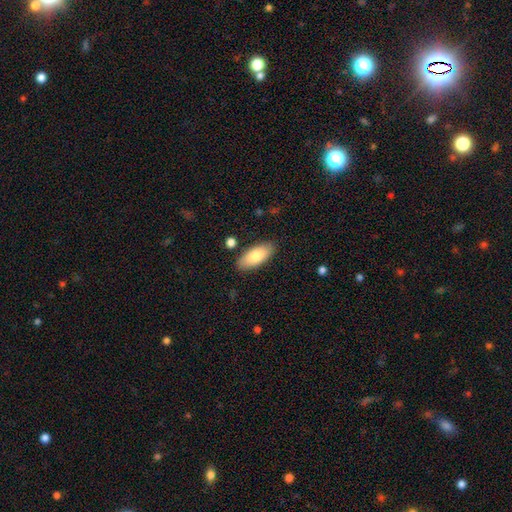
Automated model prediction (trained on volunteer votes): This appears to be a smooth galaxy with no disk features (78%) that is in between round and cigar-shaped (88%). Merging: none (85%).